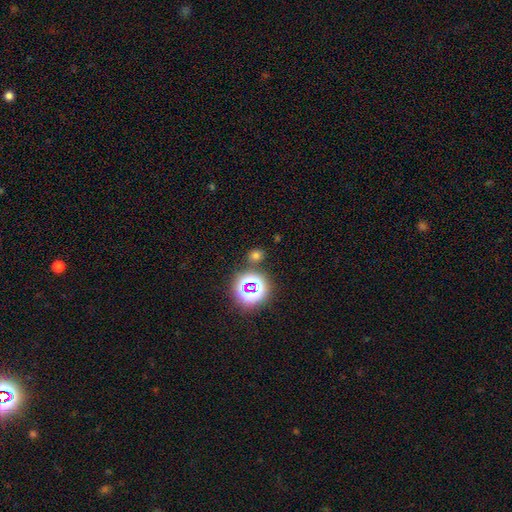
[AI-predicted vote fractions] This appears to be a smooth galaxy with no disk features (62%) that is round (70%). Merging: none (81%).